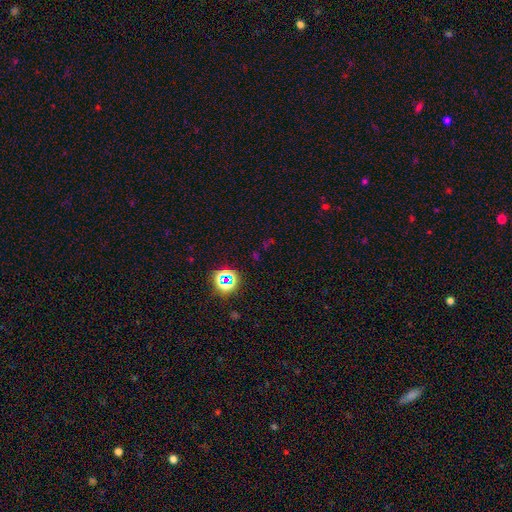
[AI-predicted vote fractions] A star or artifact, not a galaxy (68%).